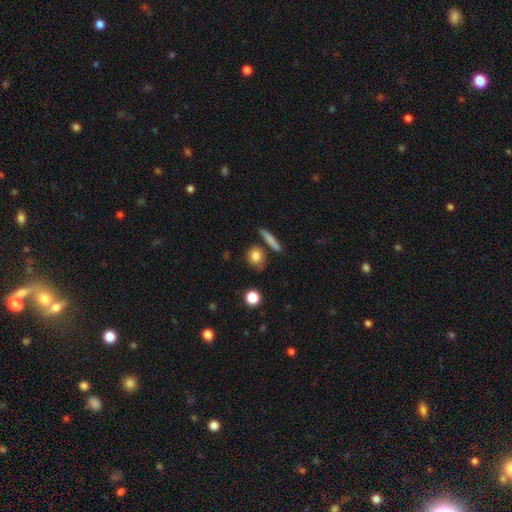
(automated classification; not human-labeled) smooth-or-featured: smooth: 82% | featured or disk: 9% | star or artifact: 9%
  how-rounded: round: 63% | in between: 29% | cigar-shaped: 8%
  merging: none: 72% | minor disturbance: 13% | merger: 10% | major disturbance: 4%